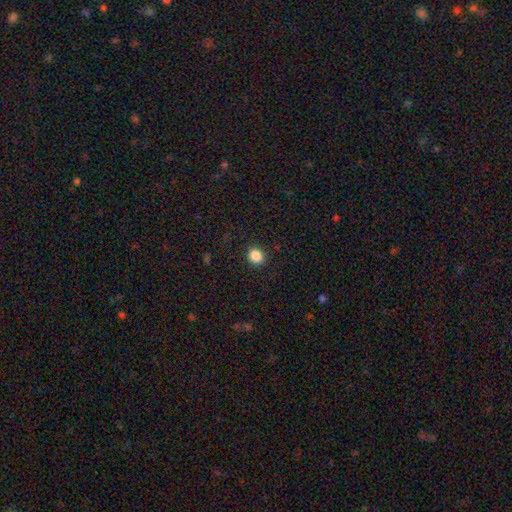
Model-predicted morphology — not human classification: smooth_or_featured: smooth (p=0.87) [alt: star or artifact p=0.10]
how_rounded: round (p=0.72) [alt: in between p=0.27]
merging: none (p=0.90) [alt: minor disturbance p=0.07]